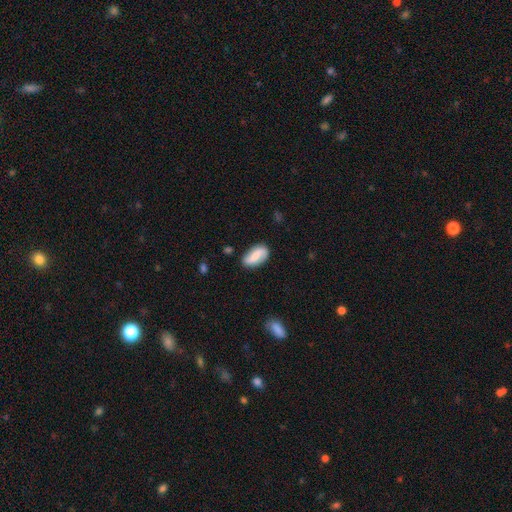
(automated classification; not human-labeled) smooth 51%, featured or disk 42%, star or artifact 7%. Down the decision tree: how rounded — in between (89%); merging — none (78%).